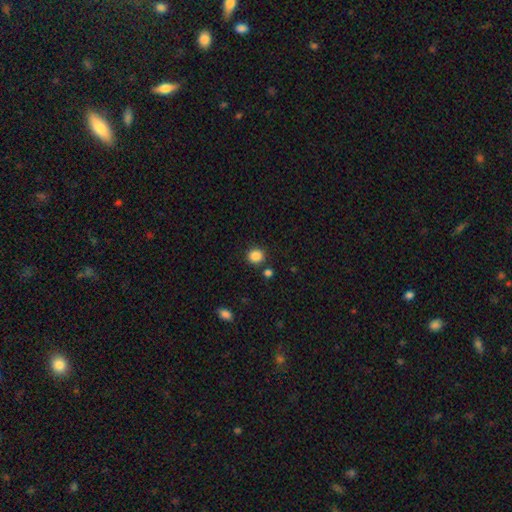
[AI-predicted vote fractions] Smooth or featured?
  - smooth: 86% *
  - star or artifact: 10%
  - featured or disk: 3%
How rounded?
  - round: 88% *
  - in between: 12%
  - cigar-shaped: 1%
Merging?
  - none: 86% *
  - minor disturbance: 7%
  - merger: 5%
  - major disturbance: 2%